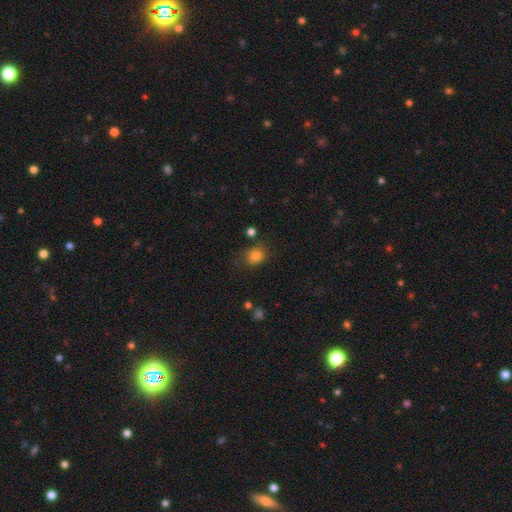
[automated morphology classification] A smooth galaxy with no disk features (81%) that is round (60%).

Vote fractions:
- Smooth or featured? smooth: 81% / star or artifact: 12% / featured or disk: 6%
- How rounded? round: 60% / in between: 39% / cigar-shaped: 1%
- Merging? none: 72% / minor disturbance: 18% / major disturbance: 6% / merger: 4%